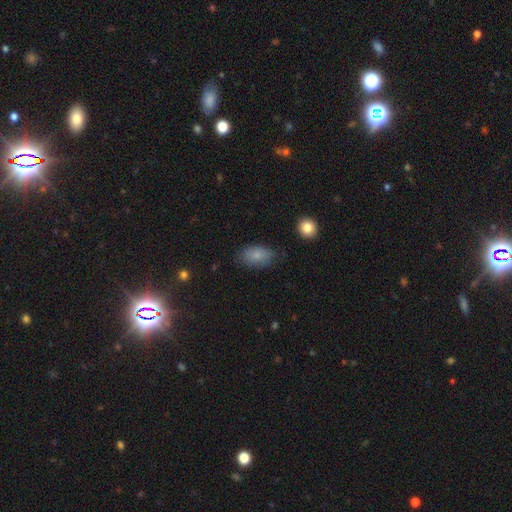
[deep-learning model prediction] This is clearly a smooth galaxy (84%). How rounded: clearly in between (91%). Merging: likely none (77%).